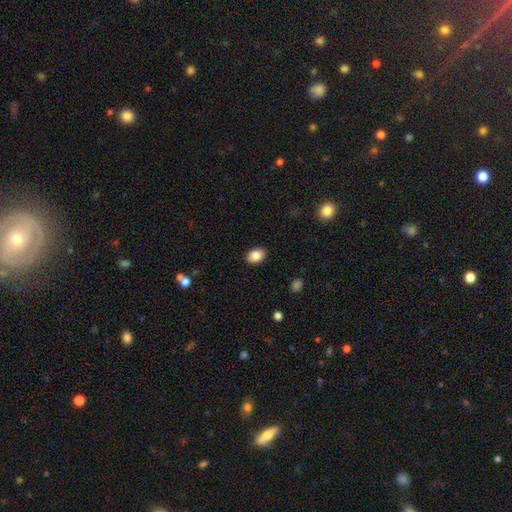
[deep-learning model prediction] The model was most divided on "how rounded": in between: 75%, round: 24%, cigar-shaped: 1%. More confident: merging — none (89%); smooth or featured — smooth (87%).